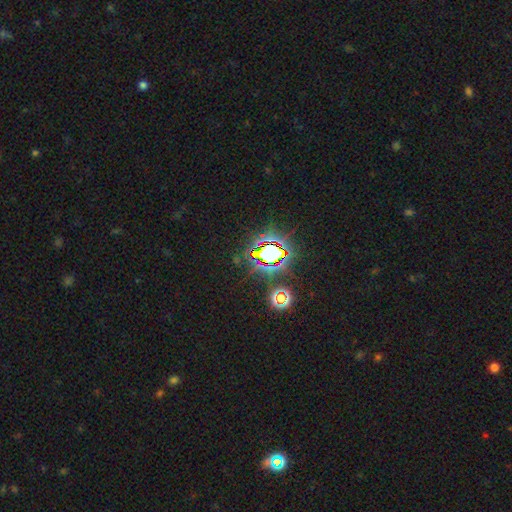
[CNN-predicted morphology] Overall: star or artifact (80%).